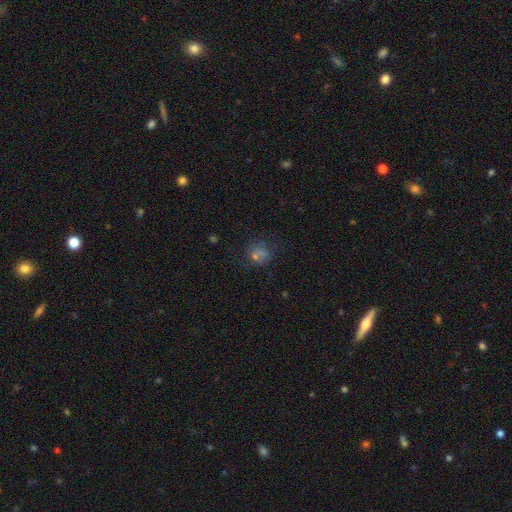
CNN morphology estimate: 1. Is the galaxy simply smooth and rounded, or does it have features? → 48% smooth, 34% star or artifact, 18% featured or disk.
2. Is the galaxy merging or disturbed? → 62% none, 18% minor disturbance, 12% major disturbance, 8% merger.